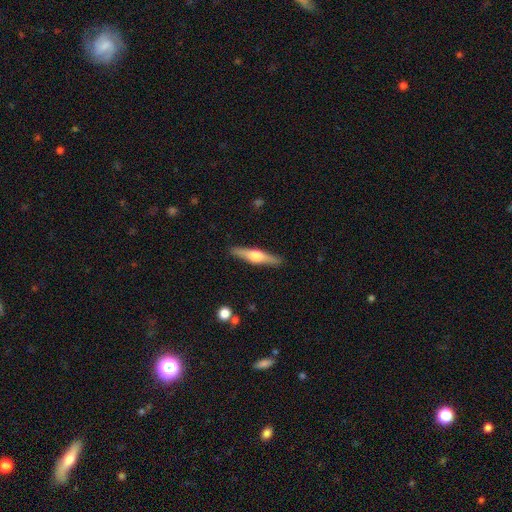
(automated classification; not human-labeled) smooth-or-featured: featured or disk: 60% | smooth: 35% | star or artifact: 6%
  disk-edge-on: yes: 96% | no: 4%
    edge-on-bulge: rounded: 93% | boxy: 5% | none: 3%
  merging: none: 90% | minor disturbance: 7% | major disturbance: 2% | merger: 1%